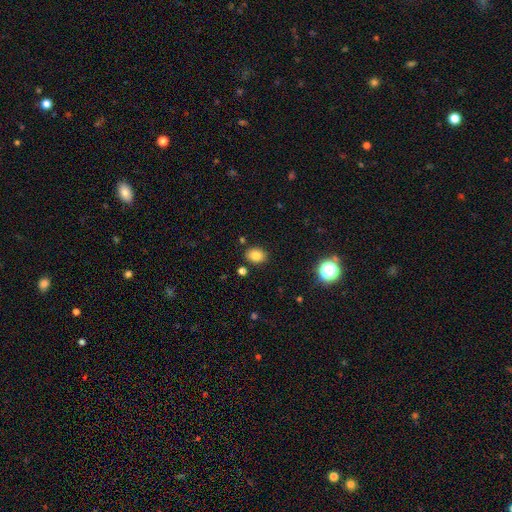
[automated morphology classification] Q: Smooth or featured?
A: smooth (81%); runner-up: star or artifact (12%)
Q: How rounded?
A: in between (60%); runner-up: round (39%)
Q: Merging?
A: none (85%); runner-up: minor disturbance (9%)